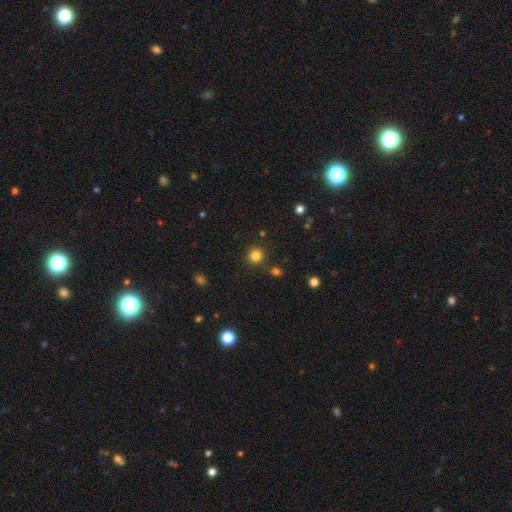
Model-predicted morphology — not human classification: This appears to be a smooth galaxy with no disk features (82%) that is round (91%). Merging: none (87%).